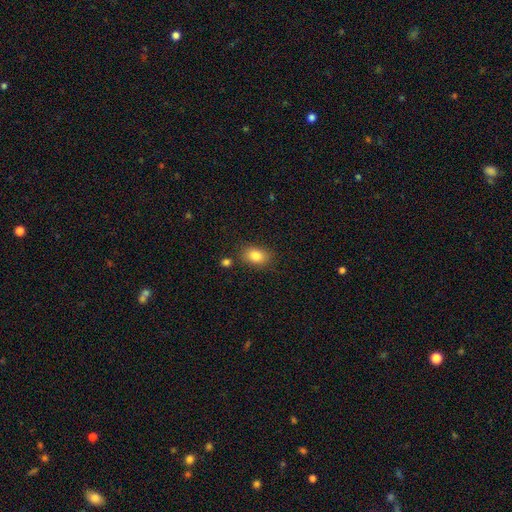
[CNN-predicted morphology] The model was most divided on "how rounded": in between: 78%, round: 21%, cigar-shaped: 1%. More confident: smooth or featured — smooth (84%); merging — none (79%).